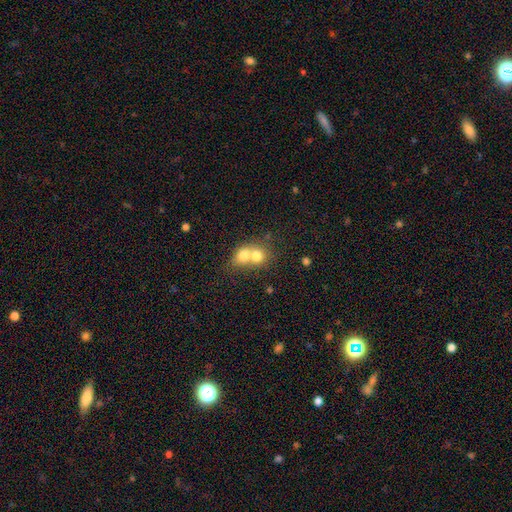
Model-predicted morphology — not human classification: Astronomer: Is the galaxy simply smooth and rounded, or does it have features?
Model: smooth — 72%.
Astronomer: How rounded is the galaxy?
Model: round — 68%.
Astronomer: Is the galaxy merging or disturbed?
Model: merger — 72%.